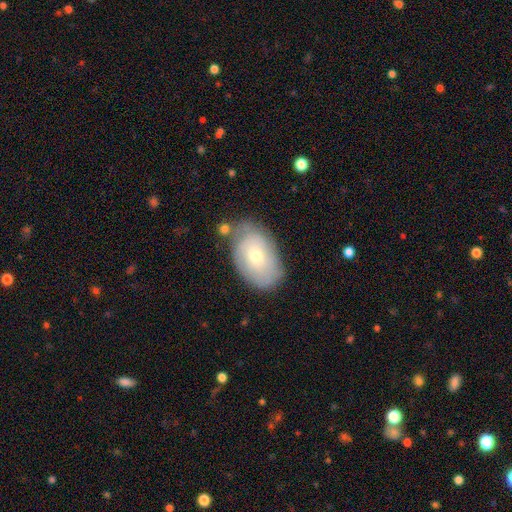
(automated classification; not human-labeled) Overall: smooth (54%; featured or disk 39%). How rounded: in between (88%). Merging: none (65%).